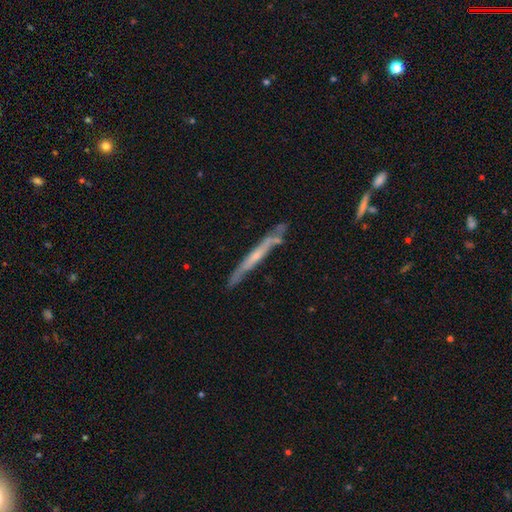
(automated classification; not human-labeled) Smooth or featured? Predicted: featured or disk (p=0.66). Edge-on disk? Predicted: yes (p=0.91). Edge-on bulge? Predicted: none (p=0.56). Merging? Predicted: none (p=0.73).